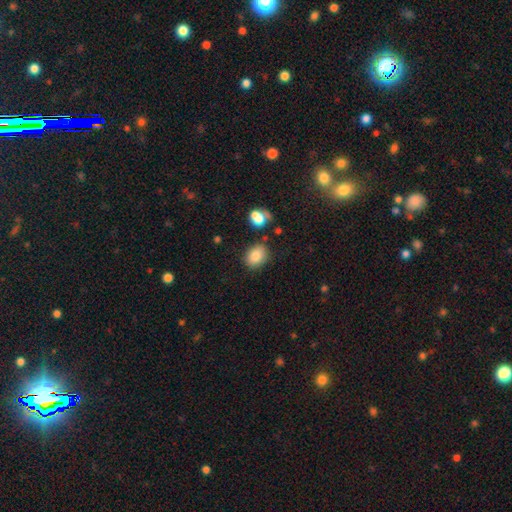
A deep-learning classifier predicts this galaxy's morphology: smooth-or-featured: smooth: 84% | star or artifact: 10% | featured or disk: 7%
  how-rounded: in between: 66% | round: 33% | cigar-shaped: 1%
  merging: none: 79% | minor disturbance: 13% | merger: 5% | major disturbance: 3%